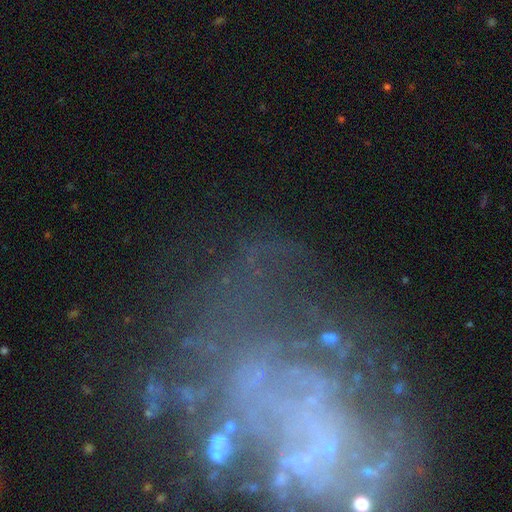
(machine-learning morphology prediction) The model was most divided on "spiral arms": no: 52%, yes: 48%. Remaining: edge-on disk — no (97%); bar — no (79%); smooth or featured — featured or disk (63%); bulge size — none (62%); merging — none (48%).